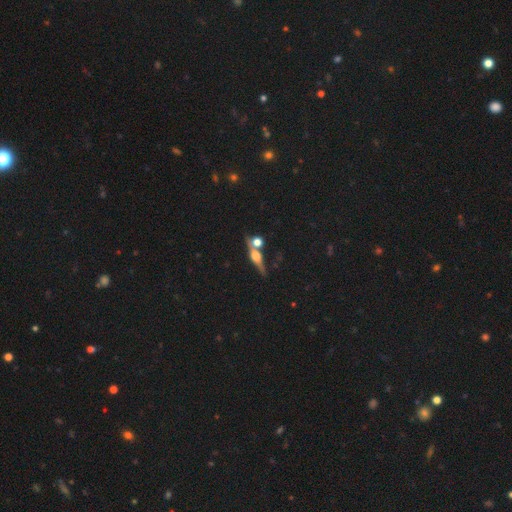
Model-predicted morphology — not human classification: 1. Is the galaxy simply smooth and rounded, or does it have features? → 65% featured or disk, 23% smooth, 11% star or artifact.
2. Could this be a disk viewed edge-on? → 90% yes, 10% no.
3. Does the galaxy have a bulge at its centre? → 91% rounded, 6% boxy, 3% none.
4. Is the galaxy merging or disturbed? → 62% none, 21% merger, 12% minor disturbance, 6% major disturbance.